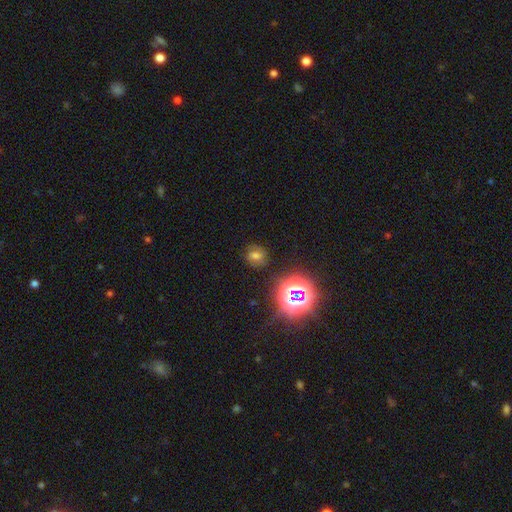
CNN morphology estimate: This is possibly a smooth galaxy (50%). How rounded: likely round (67%). Merging: likely none (79%).